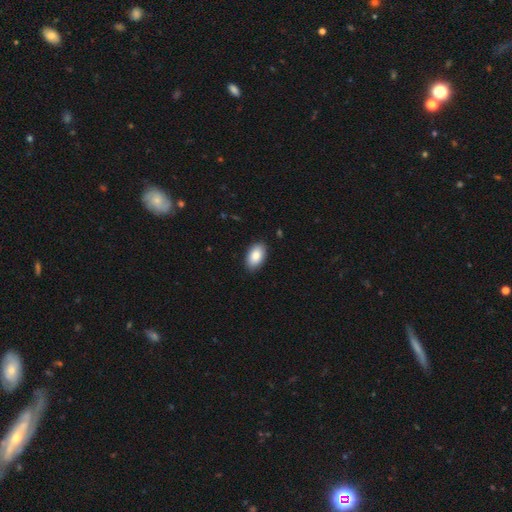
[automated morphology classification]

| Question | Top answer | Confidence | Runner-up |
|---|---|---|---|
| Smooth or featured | smooth | 85% | featured or disk (8%) |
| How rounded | in between | 93% | round (5%) |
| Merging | none | 88% | minor disturbance (9%) |